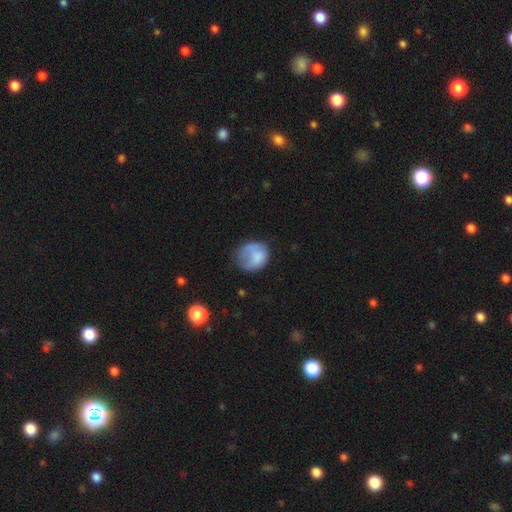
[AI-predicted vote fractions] Morphology: type=smooth (71%); roundness=round (68%); merging=none (42%).